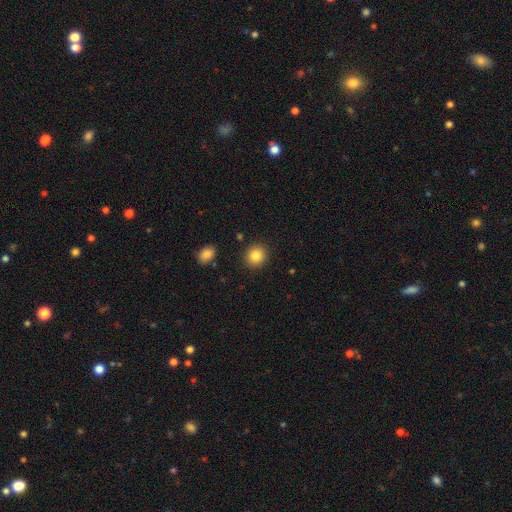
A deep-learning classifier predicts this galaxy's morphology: A smooth galaxy with no disk features (86%) that is round (85%).

Vote fractions:
- Smooth or featured? smooth: 86% / star or artifact: 10% / featured or disk: 5%
- How rounded? round: 85% / in between: 14% / cigar-shaped: 1%
- Merging? none: 90% / minor disturbance: 6% / major disturbance: 2% / merger: 2%